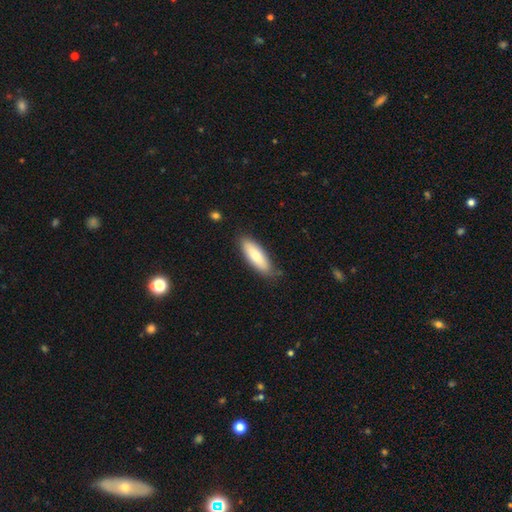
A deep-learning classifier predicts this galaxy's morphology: Overall: smooth (80%). How rounded: in between (56%; cigar-shaped 42%). Merging: none (79%).